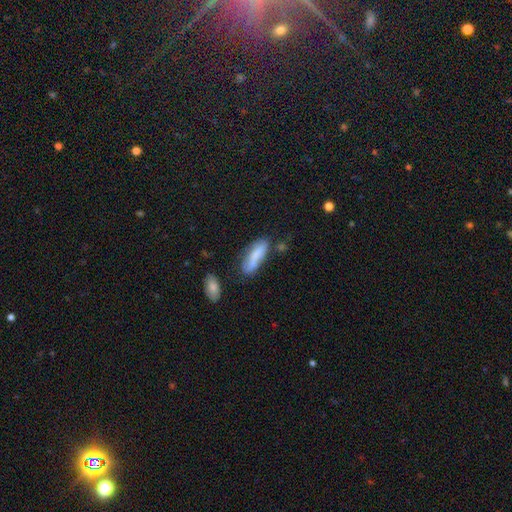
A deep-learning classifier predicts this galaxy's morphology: smooth_or_featured: smooth (p=0.74) [alt: featured or disk p=0.19]
how_rounded: in between (p=0.50) [alt: cigar-shaped p=0.48]
merging: none (p=0.56) [alt: minor disturbance p=0.27]